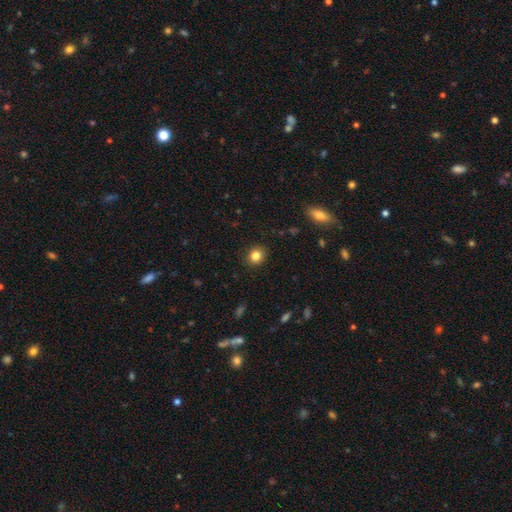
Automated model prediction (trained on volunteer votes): smooth_or_featured: smooth (p=0.83) [alt: star or artifact p=0.11]
how_rounded: round (p=0.82) [alt: in between p=0.17]
merging: none (p=0.90) [alt: minor disturbance p=0.07]